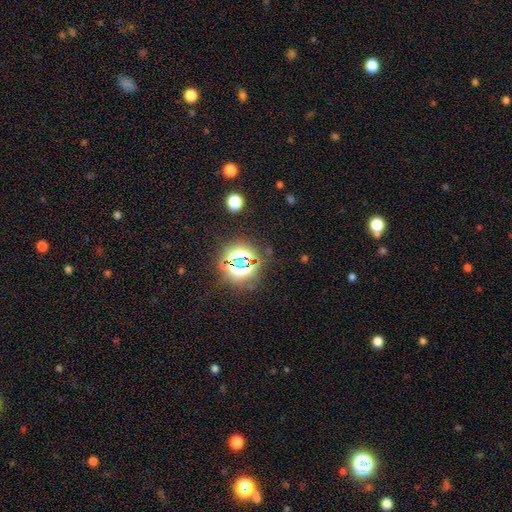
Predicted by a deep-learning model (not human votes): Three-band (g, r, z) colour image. It shows a star or artifact, not a galaxy (81%).